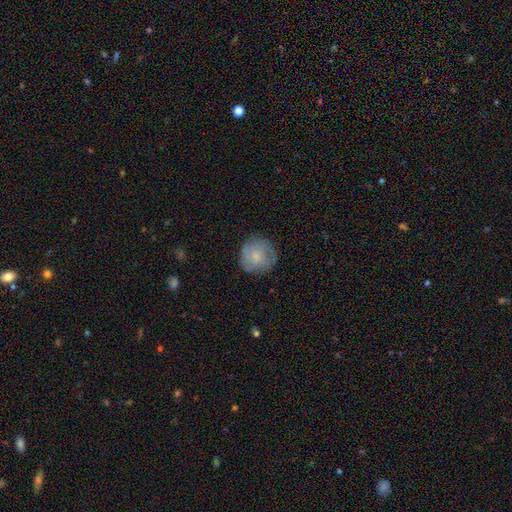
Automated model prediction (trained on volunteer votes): Smooth or featured?
  - smooth: 57% *
  - featured or disk: 35%
  - star or artifact: 8%
How rounded?
  - round: 90% *
  - in between: 9%
  - cigar-shaped: 1%
Merging?
  - none: 76% *
  - minor disturbance: 17%
  - major disturbance: 6%
  - merger: 1%